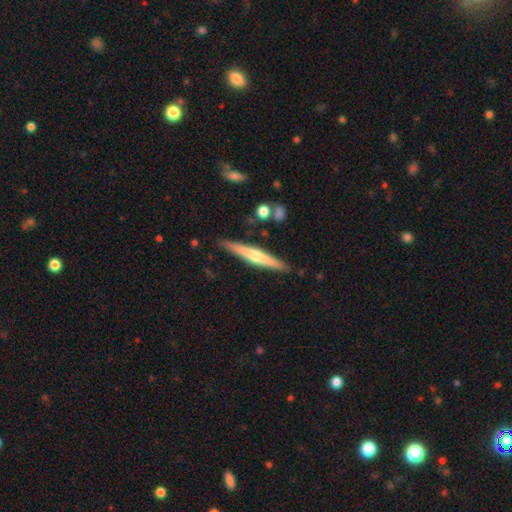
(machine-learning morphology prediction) type=featured or disk (65%); edge-on=yes (97%); edge-on bulge=rounded (84%); merging=none (88%).